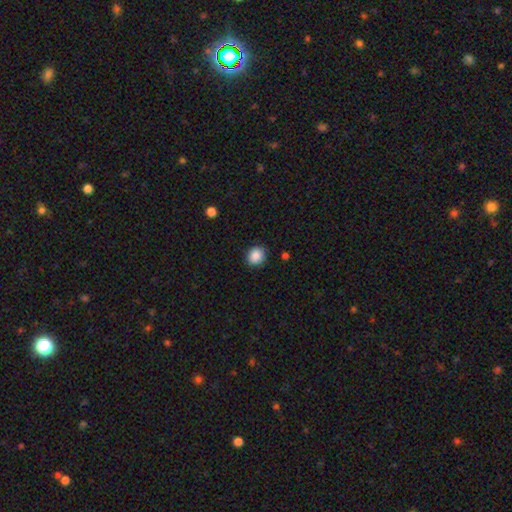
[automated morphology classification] Smooth or featured?
  - smooth: 88% *
  - star or artifact: 9%
  - featured or disk: 3%
How rounded?
  - round: 67% *
  - in between: 32%
  - cigar-shaped: 1%
Merging?
  - none: 88% *
  - minor disturbance: 9%
  - major disturbance: 2%
  - merger: 1%